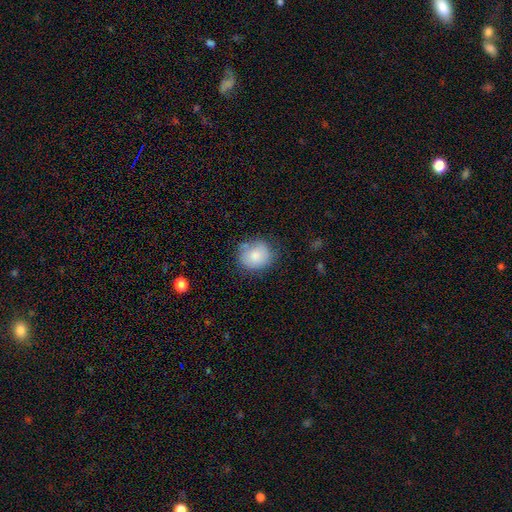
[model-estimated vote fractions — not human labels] This appears to be a smooth galaxy with no disk features (79%) that is round (81%). Merging: none (66%).